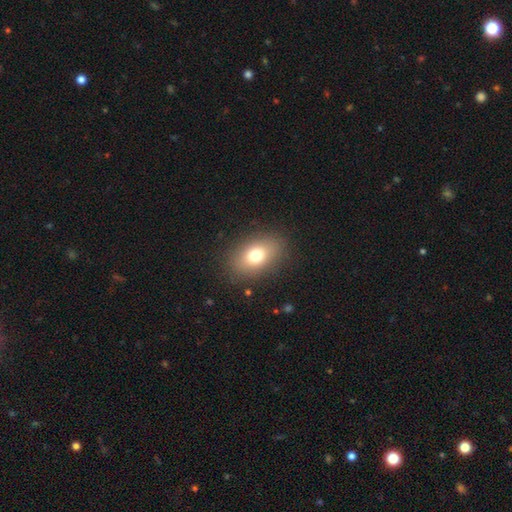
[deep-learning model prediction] Morphology: type=smooth (75%); roundness=in between (82%); merging=none (85%).